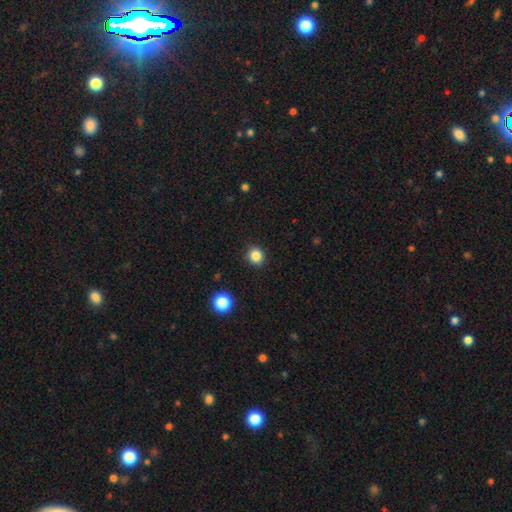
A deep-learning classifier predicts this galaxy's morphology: A smooth galaxy with no disk features (84%) that is round (77%).

Vote fractions:
- Smooth or featured? smooth: 84% / star or artifact: 12% / featured or disk: 4%
- How rounded? round: 77% / in between: 22% / cigar-shaped: 1%
- Merging? none: 90% / minor disturbance: 7% / major disturbance: 2% / merger: 1%